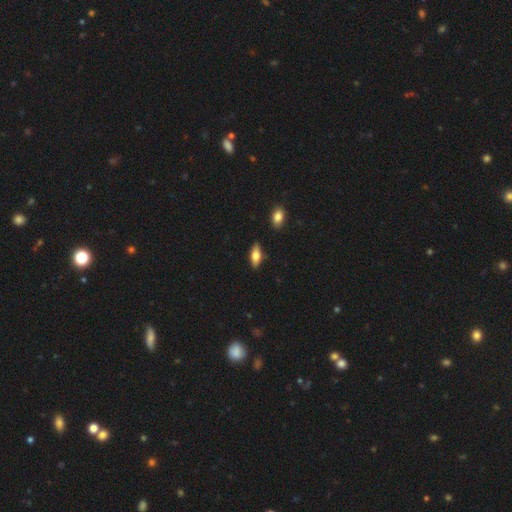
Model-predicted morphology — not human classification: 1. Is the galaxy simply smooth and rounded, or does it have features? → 67% smooth, 27% featured or disk, 7% star or artifact.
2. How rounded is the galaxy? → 76% in between, 21% cigar-shaped, 3% round.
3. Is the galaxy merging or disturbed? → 86% none, 10% minor disturbance, 2% major disturbance, 2% merger.